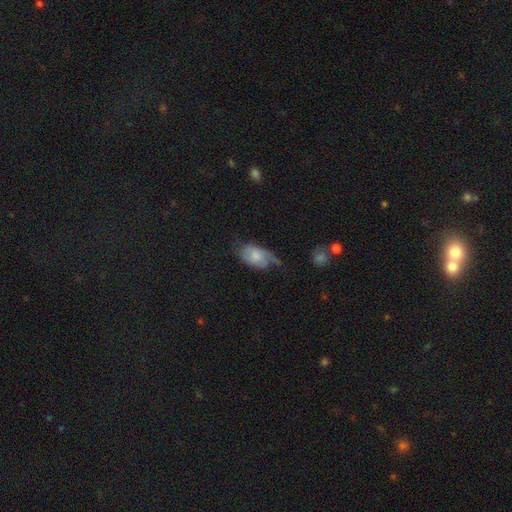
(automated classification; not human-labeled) Smooth or featured? Predicted: smooth (p=0.51). How rounded? Predicted: in between (p=0.90). Merging? Predicted: none (p=0.35, tied with minor disturbance).